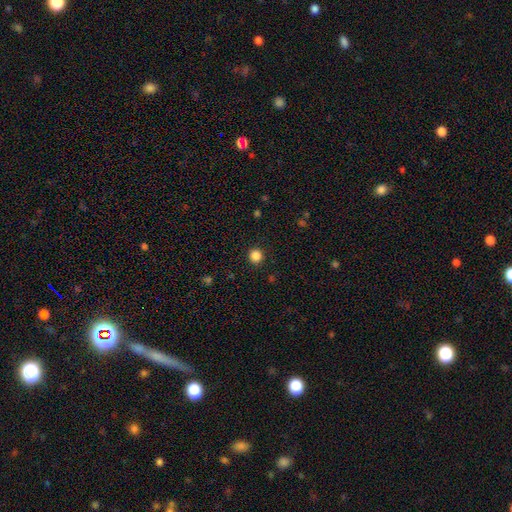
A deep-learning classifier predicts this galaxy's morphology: Smooth or featured? Predicted: smooth (p=0.85). How rounded? Predicted: round (p=0.94). Merging? Predicted: none (p=0.93).